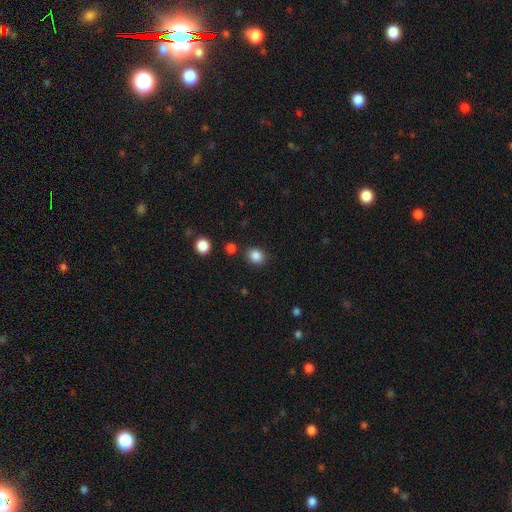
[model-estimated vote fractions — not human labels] The model was most divided on "how rounded": round: 60%, in between: 39%, cigar-shaped: 1%. More confident: smooth or featured — smooth (85%); merging — none (84%).